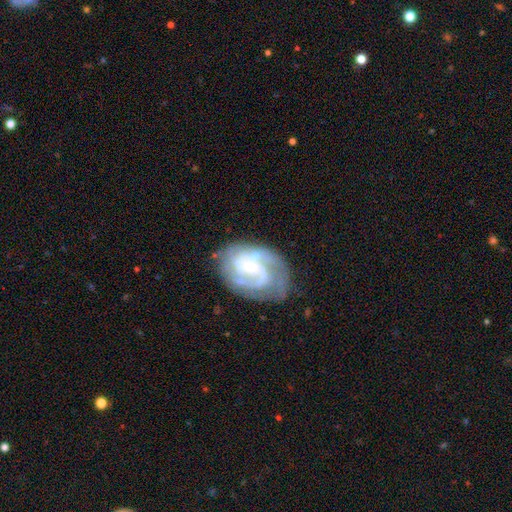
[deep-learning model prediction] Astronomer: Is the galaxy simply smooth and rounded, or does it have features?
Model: featured or disk — 84%.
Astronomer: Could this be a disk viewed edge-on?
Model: no — 98%.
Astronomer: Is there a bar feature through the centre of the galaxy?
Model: weak — 50% (runner-up: no, 33%).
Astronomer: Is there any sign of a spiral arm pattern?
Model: yes — 94%.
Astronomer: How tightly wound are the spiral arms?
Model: medium — 44% (runner-up: tight, 41%).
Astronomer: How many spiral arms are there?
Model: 2 — 52%.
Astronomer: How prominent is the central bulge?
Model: small — 57%.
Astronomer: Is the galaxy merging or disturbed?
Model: none — 60%.